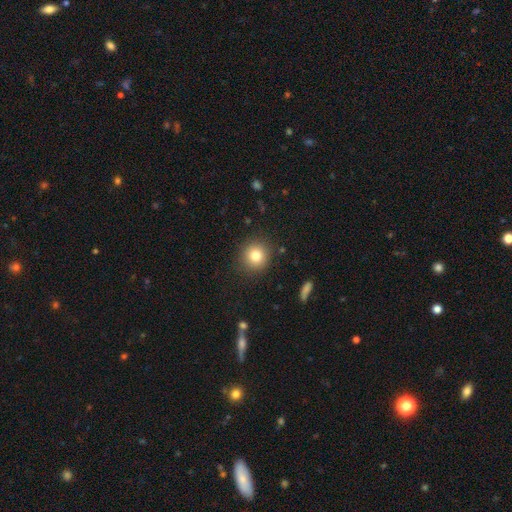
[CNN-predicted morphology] A smooth galaxy with no disk features (80%) that is round (91%). Merging: none (89%).